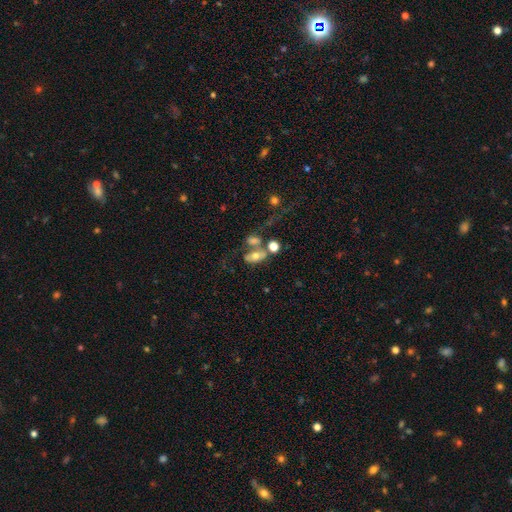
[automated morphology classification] Q: Smooth or featured?
A: smooth (59%); runner-up: featured or disk (30%)
Q: How rounded?
A: in between (82%); runner-up: round (14%)
Q: Merging?
A: merger (41%); runner-up: none (31%)